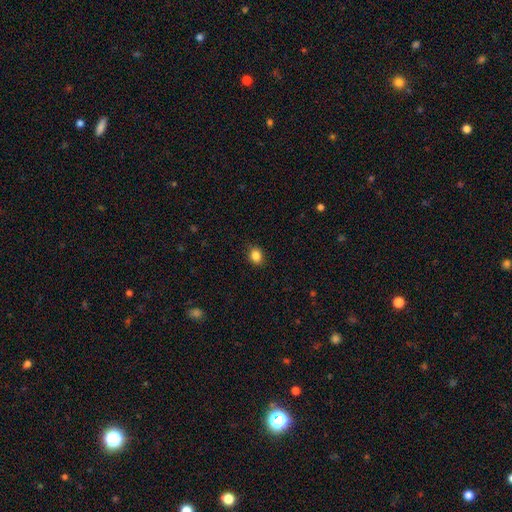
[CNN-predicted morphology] The model was most divided on "how rounded": in between: 50%, round: 49%, cigar-shaped: 1%. More confident: merging — none (88%); smooth or featured — smooth (85%).